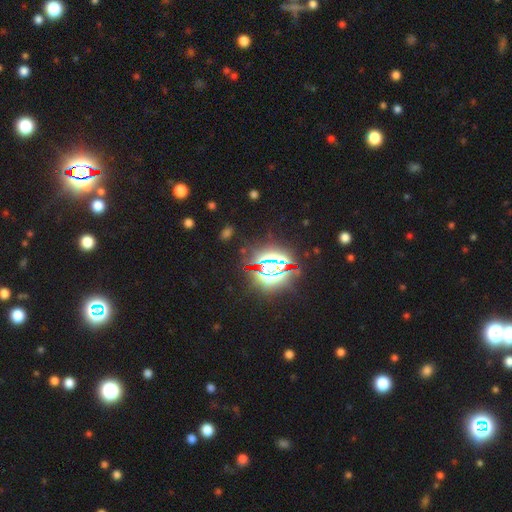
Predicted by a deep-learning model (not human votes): Overall: star or artifact (83%).